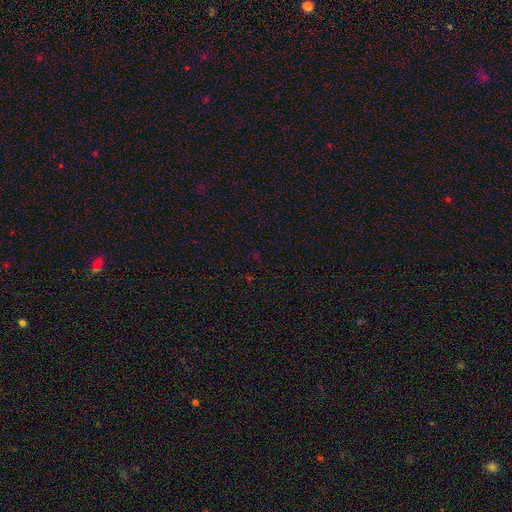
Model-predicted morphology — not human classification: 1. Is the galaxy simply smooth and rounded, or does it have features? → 67% star or artifact, 26% smooth, 7% featured or disk.